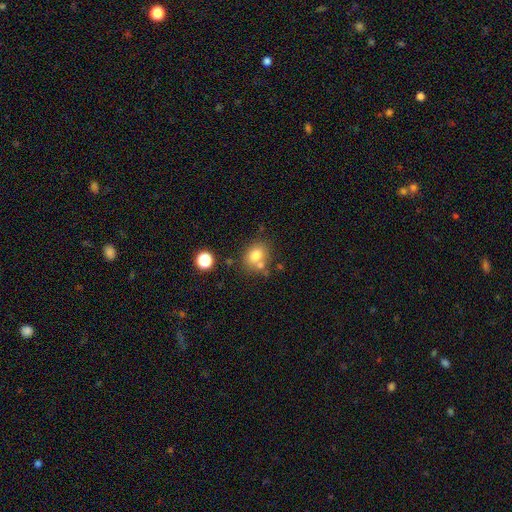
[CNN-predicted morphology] Smooth or featured: smooth — 76% (star or artifact — 12%)
How rounded: in between — 50% (round — 49%)
Merging: none — 61% (merger — 20%)